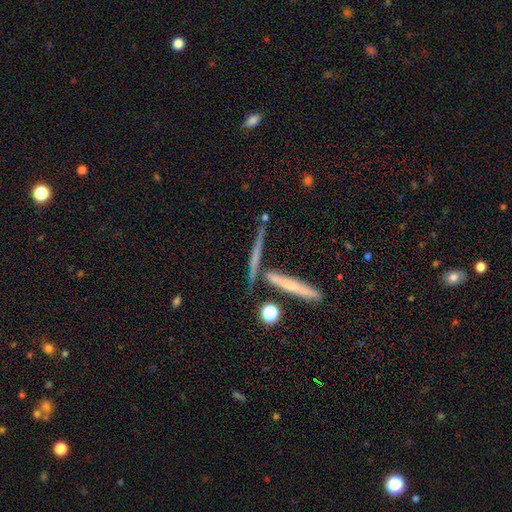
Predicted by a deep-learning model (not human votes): Overall: featured or disk (54%; smooth 32%). Edge-on disk: yes (91%). Merging: none (66%).